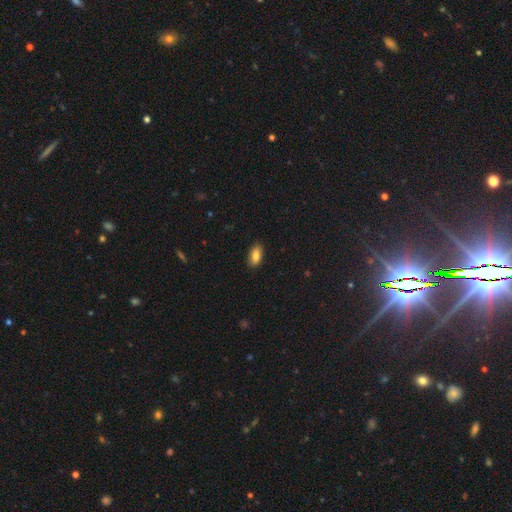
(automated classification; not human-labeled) A smooth galaxy with no disk features (85%) that is in between round and cigar-shaped (90%). Merging: none (88%).